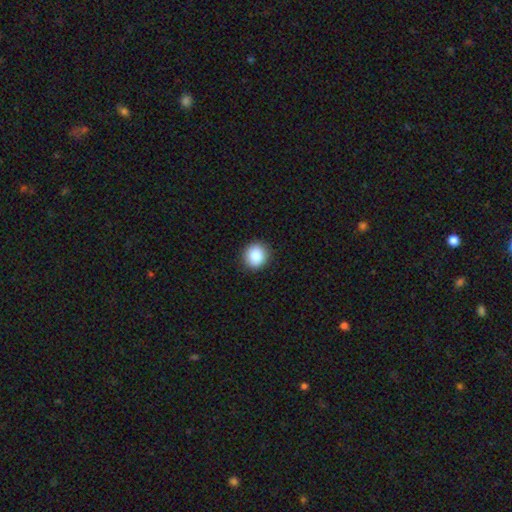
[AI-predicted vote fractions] Overall: smooth (89%). How rounded: round (88%). Merging: none (91%).